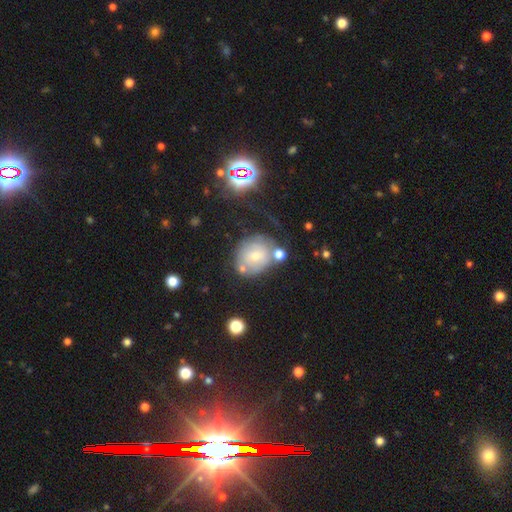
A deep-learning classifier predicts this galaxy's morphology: Smooth or featured? Predicted: smooth (p=0.54). How rounded? Predicted: round (p=0.75). Merging? Predicted: none (p=0.52).